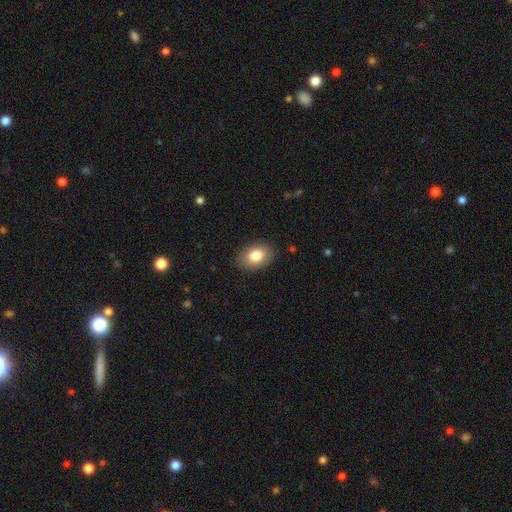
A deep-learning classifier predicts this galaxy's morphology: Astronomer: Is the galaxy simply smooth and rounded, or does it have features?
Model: smooth — 83%.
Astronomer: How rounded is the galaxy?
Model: in between — 82%.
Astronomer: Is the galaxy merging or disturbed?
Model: none — 87%.